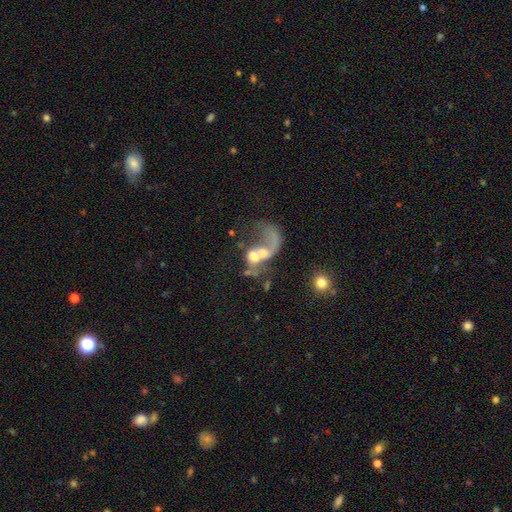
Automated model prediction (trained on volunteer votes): Q: Smooth or featured?
A: featured or disk (57%); runner-up: smooth (33%)
Q: Edge-on disk?
A: no (97%); runner-up: yes (3%)
Q: Bar?
A: no (77%); runner-up: weak (18%)
Q: Spiral arms?
A: yes (57%); runner-up: no (43%)
Q: Bulge size?
A: moderate (44%); runner-up: large (23%)
Q: Merging?
A: merger (60%); runner-up: major disturbance (25%)